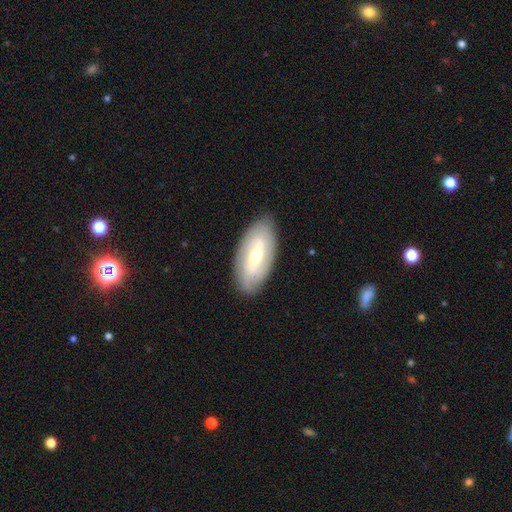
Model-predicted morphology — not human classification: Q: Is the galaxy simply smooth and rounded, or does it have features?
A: featured or disk — 63%.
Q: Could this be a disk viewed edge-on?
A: no — 87%.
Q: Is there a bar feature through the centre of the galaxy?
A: weak — 43%.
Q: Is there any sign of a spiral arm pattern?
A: yes — 65%.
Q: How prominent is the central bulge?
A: moderate — 58%.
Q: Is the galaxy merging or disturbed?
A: none — 86%.